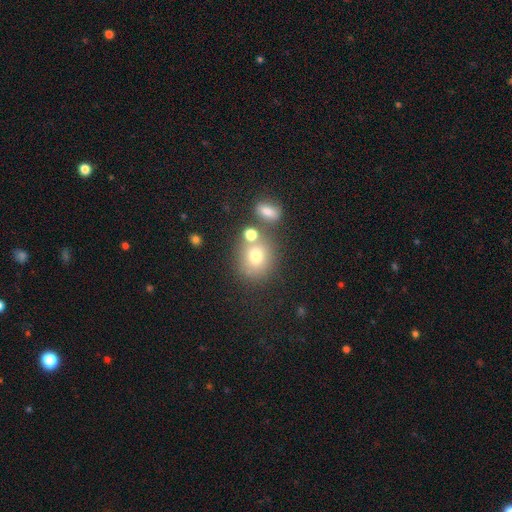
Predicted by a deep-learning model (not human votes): A smooth galaxy with no disk features (73%) that is round (72%). Merging: none (58%).